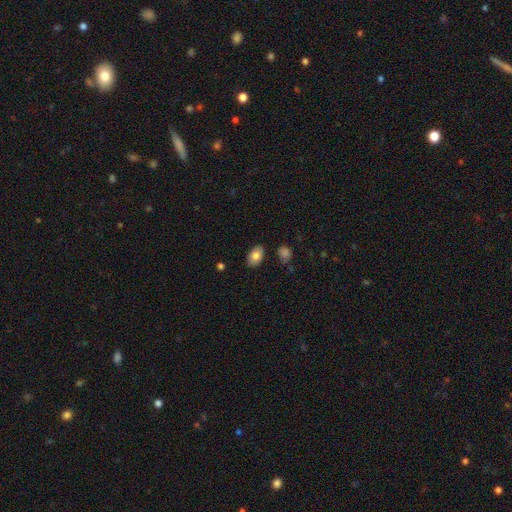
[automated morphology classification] This appears to be a smooth galaxy with no disk features (80%) that is in between round and cigar-shaped (91%). Merging: none (85%).